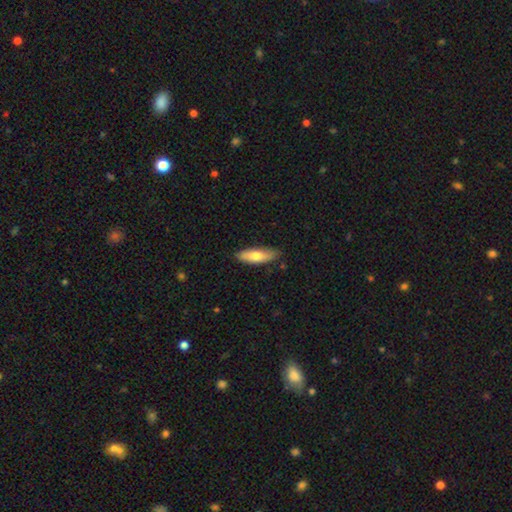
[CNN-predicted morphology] smooth 72%, featured or disk 23%, star or artifact 6%. Down the decision tree: how rounded — cigar-shaped (50%); merging — none (83%).